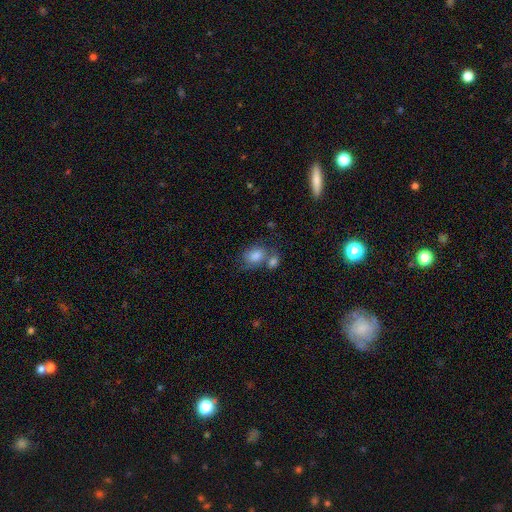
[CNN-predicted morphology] A smooth galaxy with no disk features (74%) that is in between round and cigar-shaped (67%). Merging: merger (41%).